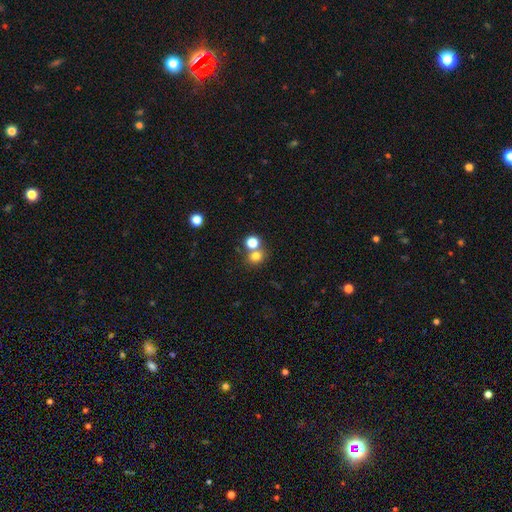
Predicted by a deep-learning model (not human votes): Smooth or featured? smooth (75%)
How rounded? round (79%)
Merging? none (55%)